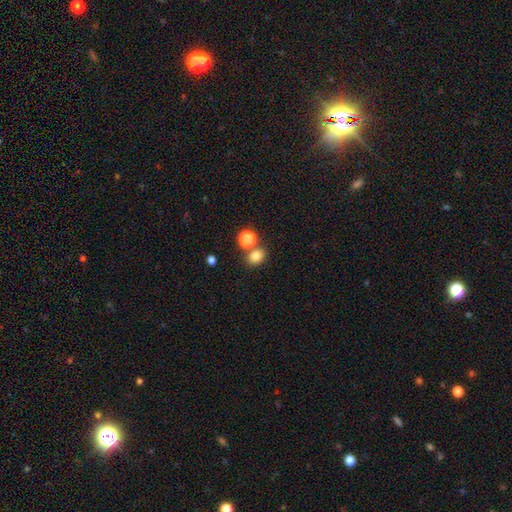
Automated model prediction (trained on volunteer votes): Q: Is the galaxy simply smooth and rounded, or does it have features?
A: smooth — 80%.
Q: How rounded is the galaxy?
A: round — 57%.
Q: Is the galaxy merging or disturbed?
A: none — 66%.